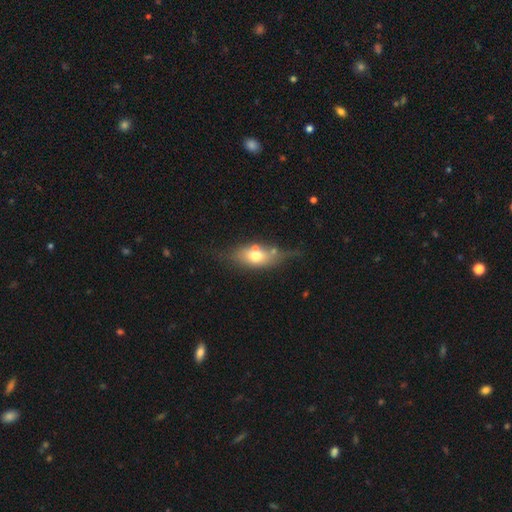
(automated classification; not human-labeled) Smooth or featured?
  - smooth: 56% *
  - featured or disk: 35%
  - star or artifact: 9%
How rounded?
  - in between: 78% *
  - cigar-shaped: 13%
  - round: 9%
Merging?
  - none: 50% *
  - minor disturbance: 23%
  - merger: 16%
  - major disturbance: 10%